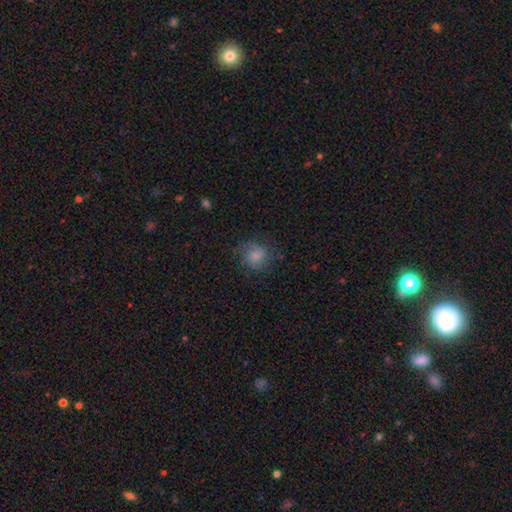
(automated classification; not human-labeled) Smooth or featured?
  - smooth: 75% *
  - featured or disk: 16%
  - star or artifact: 10%
How rounded?
  - round: 85% *
  - in between: 14%
  - cigar-shaped: 1%
Merging?
  - none: 72% *
  - minor disturbance: 19%
  - major disturbance: 8%
  - merger: 1%